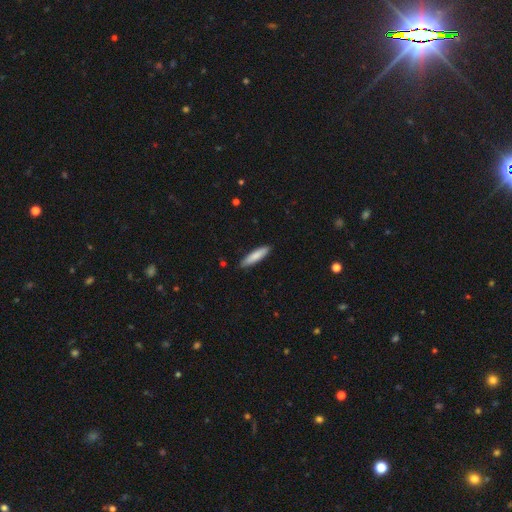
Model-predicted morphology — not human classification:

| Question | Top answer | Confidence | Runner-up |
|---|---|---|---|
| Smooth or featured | smooth | 83% | featured or disk (12%) |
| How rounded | cigar-shaped | 78% | in between (21%) |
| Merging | none | 89% | minor disturbance (9%) |